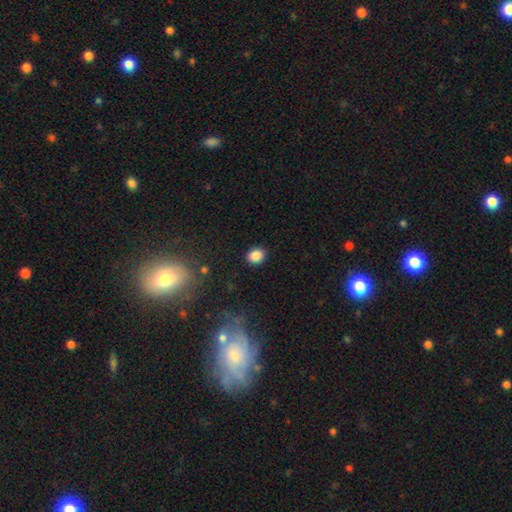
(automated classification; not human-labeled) Overall: smooth (86%). How rounded: round (63%; in between 36%). Merging: none (88%).